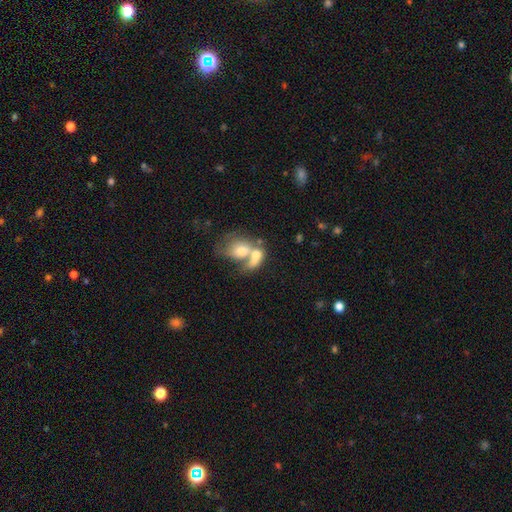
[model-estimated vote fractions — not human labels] The model was most divided on "smooth or featured": smooth: 64%, featured or disk: 28%, star or artifact: 8%. More confident: merging — merger (74%); how rounded — in between (69%).